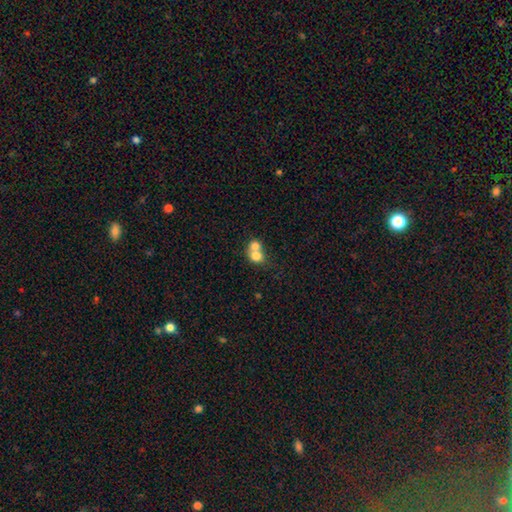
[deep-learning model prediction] This is likely a smooth galaxy (73%). How rounded: likely round (67%). Merging: likely merger (73%).